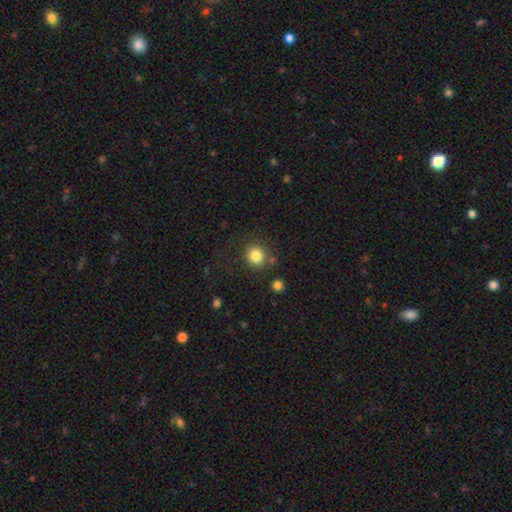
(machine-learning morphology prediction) Overall: smooth (83%). How rounded: round (90%). Merging: none (81%).